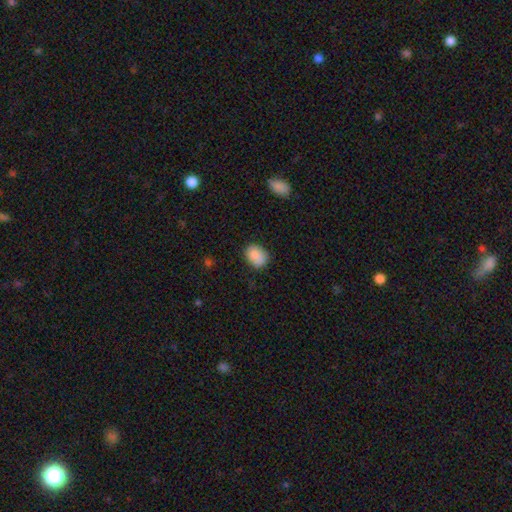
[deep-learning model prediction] A smooth galaxy with no disk features (86%) that is in between round and cigar-shaped (60%). Merging: none (75%).